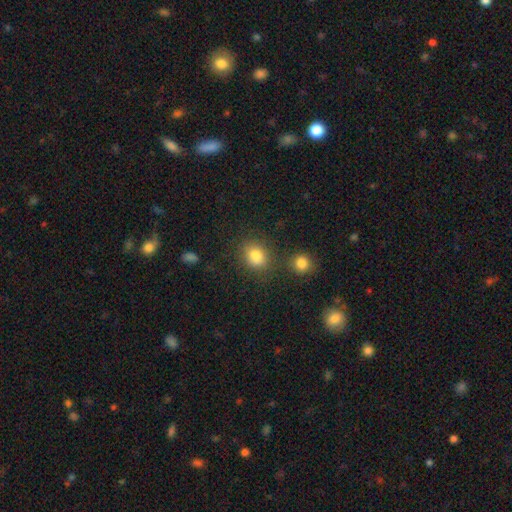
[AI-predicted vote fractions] A smooth galaxy with no disk features (82%) that is round (57%). Merging: none (71%).